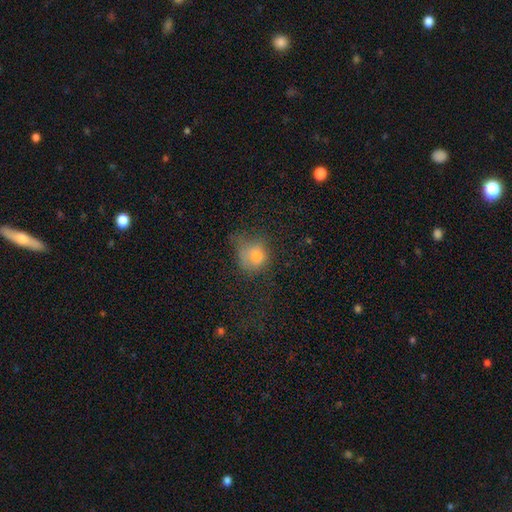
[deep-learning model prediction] The model was most divided on "merging": none: 37%, major disturbance: 31%, minor disturbance: 29%, merger: 4%. More confident: how rounded — round (70%); smooth or featured — smooth (69%).